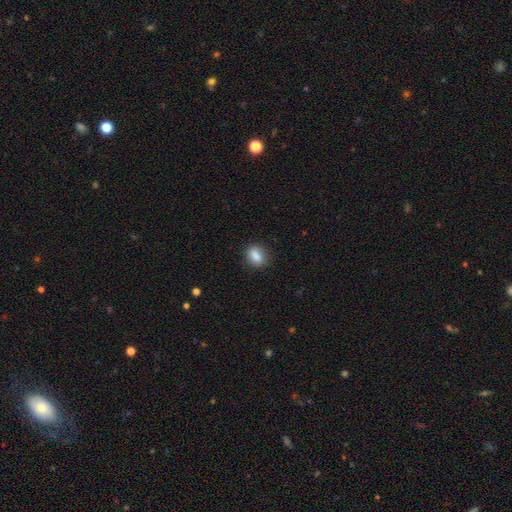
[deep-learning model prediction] smooth-or-featured: smooth: 84% | star or artifact: 9% | featured or disk: 7%
  how-rounded: in between: 68% | round: 29% | cigar-shaped: 4%
  merging: none: 78% | minor disturbance: 16% | major disturbance: 4% | merger: 3%